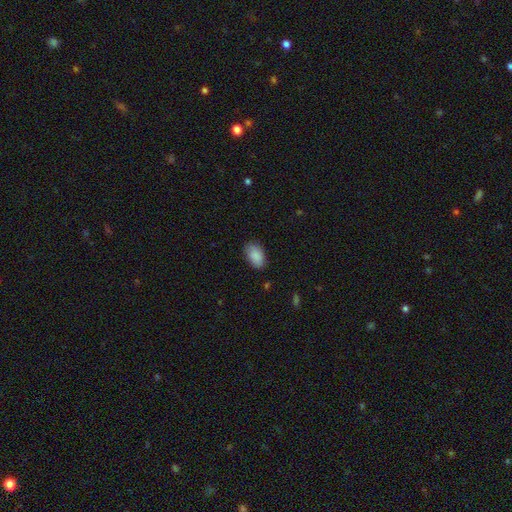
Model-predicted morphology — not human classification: This appears to be a smooth galaxy with no disk features (89%) that is in between round and cigar-shaped (93%). Merging: none (82%).